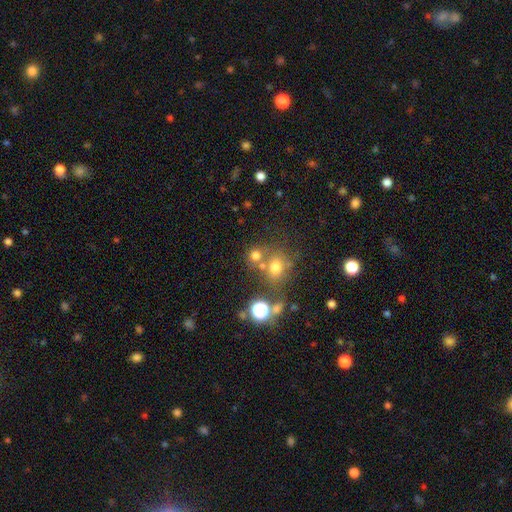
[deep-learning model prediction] smooth_or_featured: smooth (p=0.68) [alt: star or artifact p=0.22]
how_rounded: round (p=0.79) [alt: in between p=0.20]
merging: none (p=0.58) [alt: merger p=0.28]